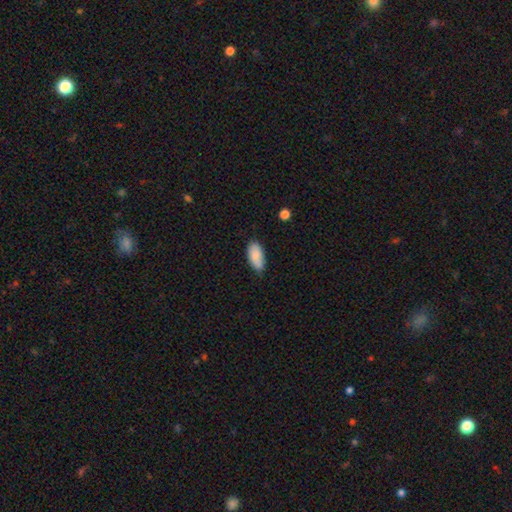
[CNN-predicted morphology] Smooth or featured? smooth (84%)
How rounded? in between (93%)
Merging? none (72%)